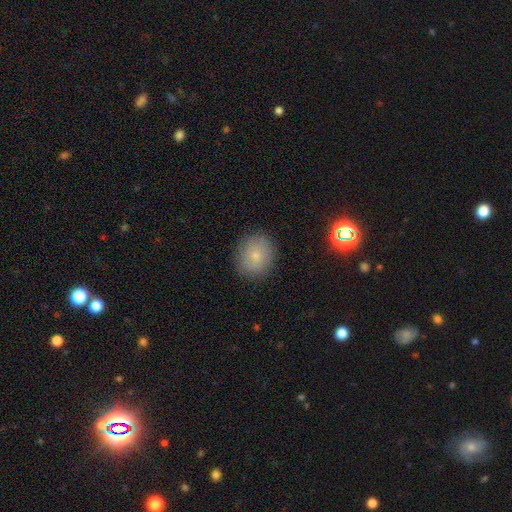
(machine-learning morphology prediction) Smooth or featured? smooth (75%)
How rounded? round (70%)
Merging? none (87%)